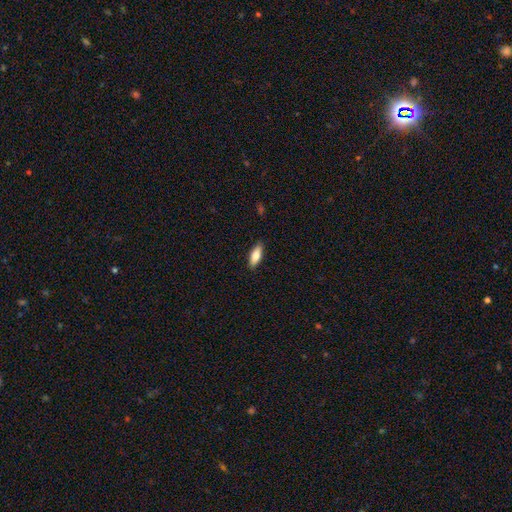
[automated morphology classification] Smooth or featured: smooth — 78% (featured or disk — 16%)
How rounded: in between — 66% (cigar-shaped — 32%)
Merging: none — 89% (minor disturbance — 8%)